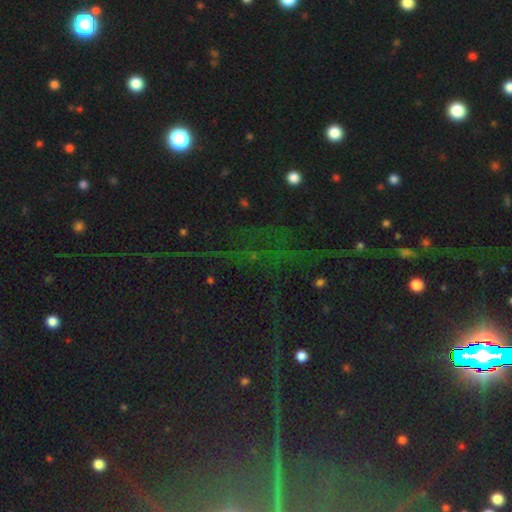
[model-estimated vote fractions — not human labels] smooth-or-featured: star or artifact: 82% | smooth: 10% | featured or disk: 8%